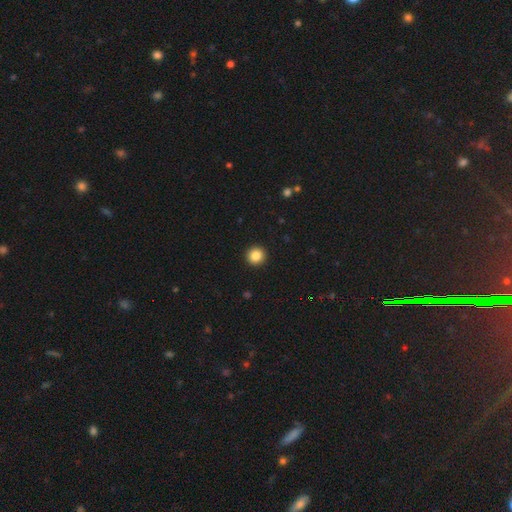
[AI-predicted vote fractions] smooth 86%, star or artifact 10%, featured or disk 4%. Down the decision tree: how rounded — round (95%); merging — none (94%).